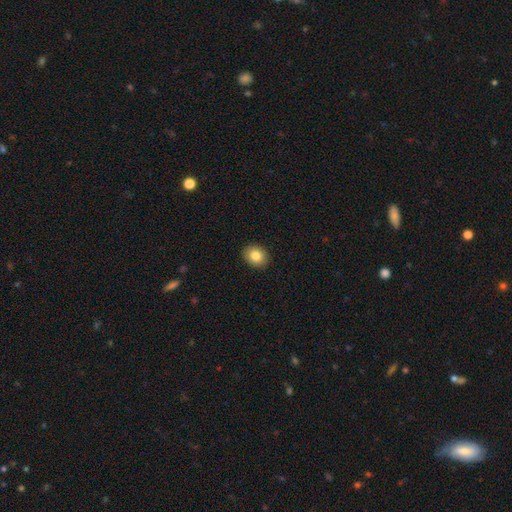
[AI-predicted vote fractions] Morphology: type=smooth (83%); roundness=in between (51%); merging=none (90%).